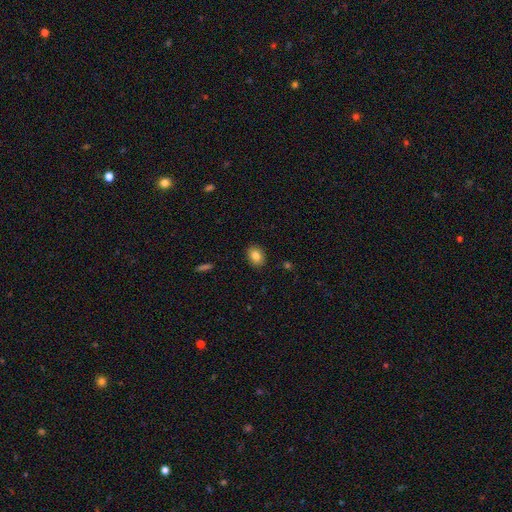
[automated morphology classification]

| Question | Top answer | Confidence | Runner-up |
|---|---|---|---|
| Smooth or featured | smooth | 83% | star or artifact (9%) |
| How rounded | in between | 64% | round (35%) |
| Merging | none | 89% | minor disturbance (8%) |